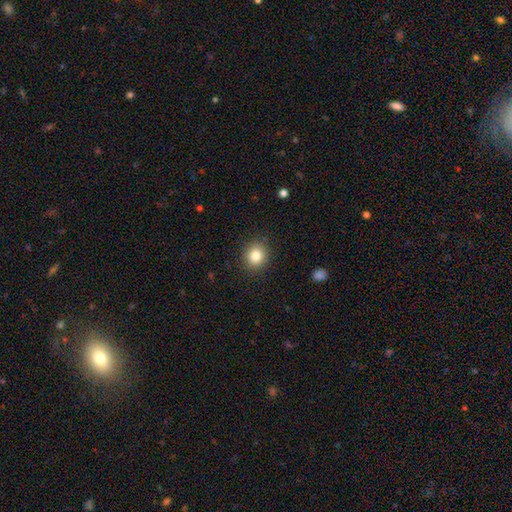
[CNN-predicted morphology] smooth_or_featured: smooth (p=0.83) [alt: star or artifact p=0.10]
how_rounded: round (p=0.82) [alt: in between p=0.17]
merging: none (p=0.89) [alt: minor disturbance p=0.08]